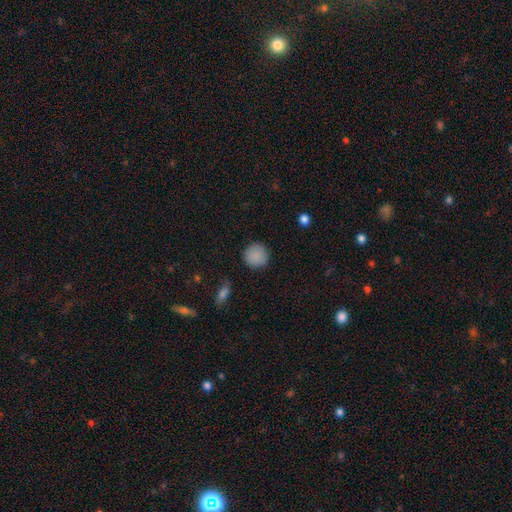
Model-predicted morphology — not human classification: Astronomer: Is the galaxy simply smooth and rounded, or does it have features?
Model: smooth — 88%.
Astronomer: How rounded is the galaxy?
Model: round — 94%.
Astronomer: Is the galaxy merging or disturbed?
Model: none — 89%.